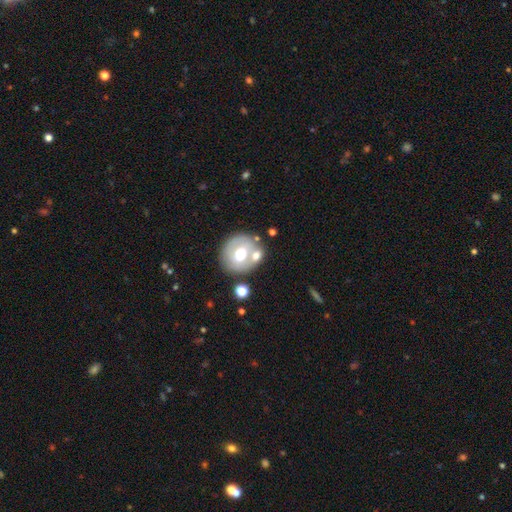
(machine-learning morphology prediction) smooth_or_featured: smooth (p=0.53) [alt: featured or disk p=0.39]
how_rounded: round (p=0.78) [alt: in between p=0.21]
merging: none (p=0.64) [alt: merger p=0.18]